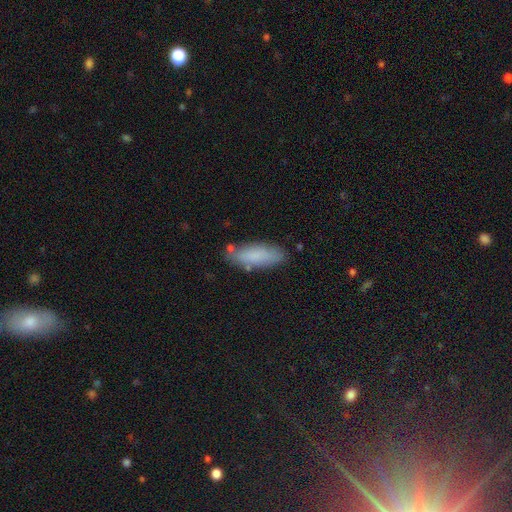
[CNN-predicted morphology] smooth_or_featured: smooth (p=0.80) [alt: featured or disk p=0.13]
how_rounded: in between (p=0.60) [alt: cigar-shaped p=0.39]
merging: none (p=0.76) [alt: minor disturbance p=0.17]